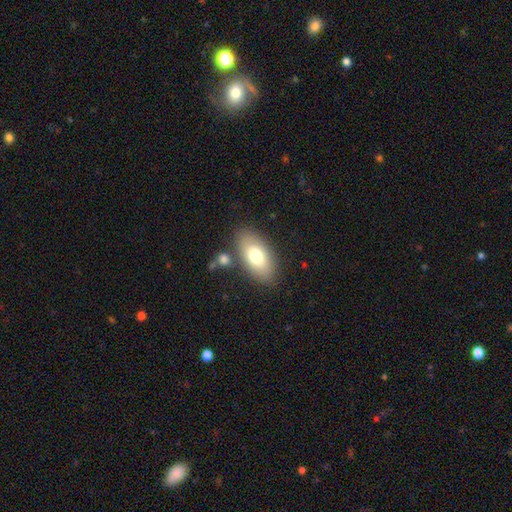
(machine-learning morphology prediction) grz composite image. It shows a smooth galaxy with no disk features (73%) that is in between round and cigar-shaped (92%). Merging: none (78%).